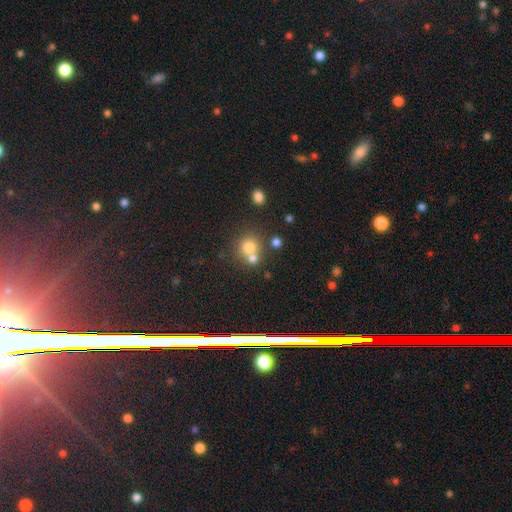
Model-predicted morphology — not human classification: type=smooth (49%); merging=none (63%).